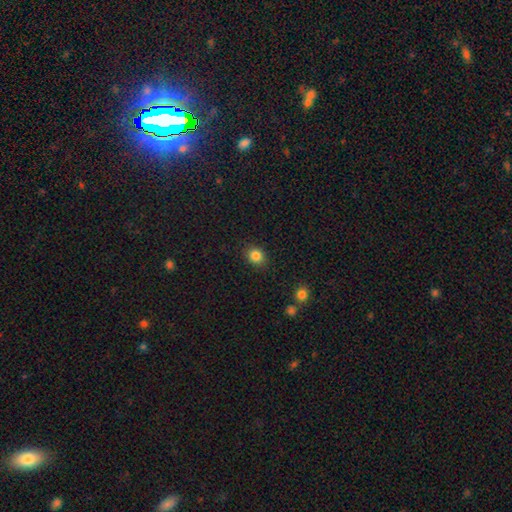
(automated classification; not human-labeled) Overall: smooth (84%). How rounded: round (64%; in between 35%). Merging: none (87%).